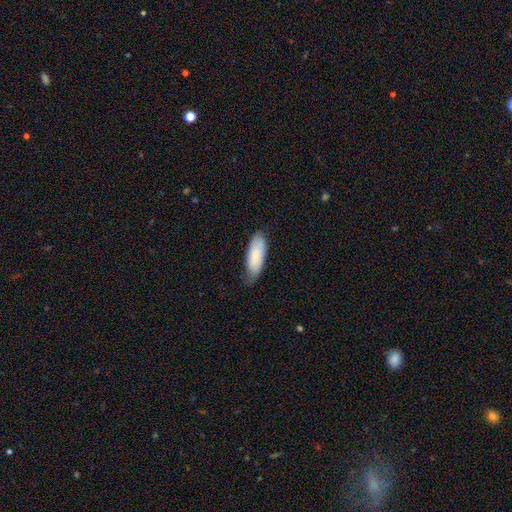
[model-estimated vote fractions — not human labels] smooth 80%, featured or disk 15%, star or artifact 6%. Down the decision tree: how rounded — in between (74%); merging — none (62%).